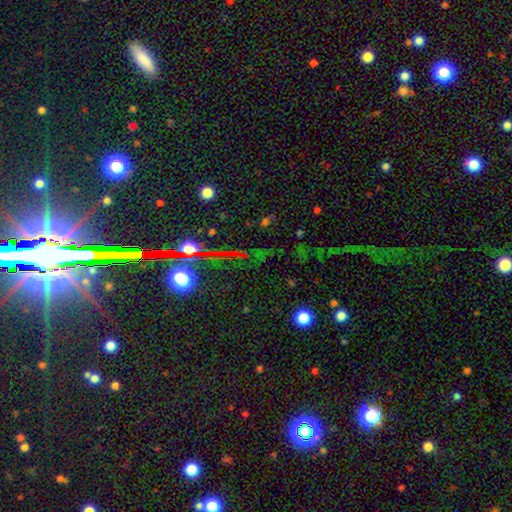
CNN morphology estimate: Smooth or featured? star or artifact (80%)